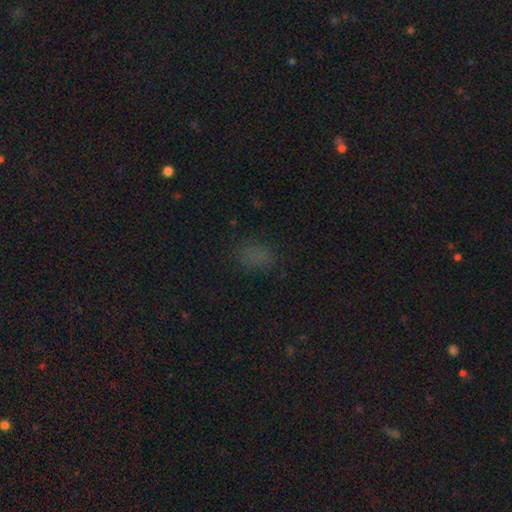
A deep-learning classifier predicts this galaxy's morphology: smooth_or_featured: smooth (p=0.71) [alt: star or artifact p=0.23]
how_rounded: in between (p=0.72) [alt: round p=0.25]
merging: none (p=0.77) [alt: minor disturbance p=0.16]